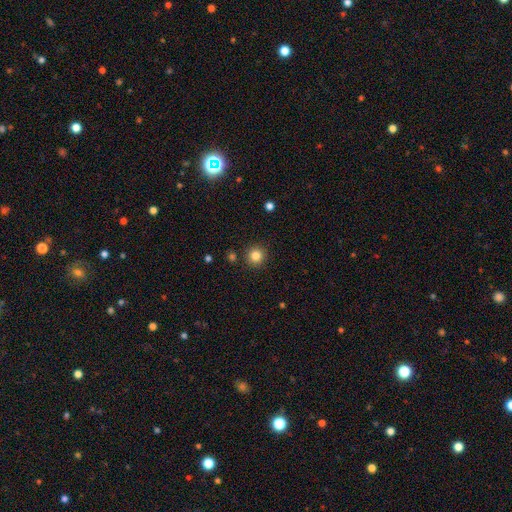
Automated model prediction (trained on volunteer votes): Smooth or featured: smooth — 83% (star or artifact — 12%)
How rounded: round — 94% (in between — 5%)
Merging: none — 90% (minor disturbance — 6%)